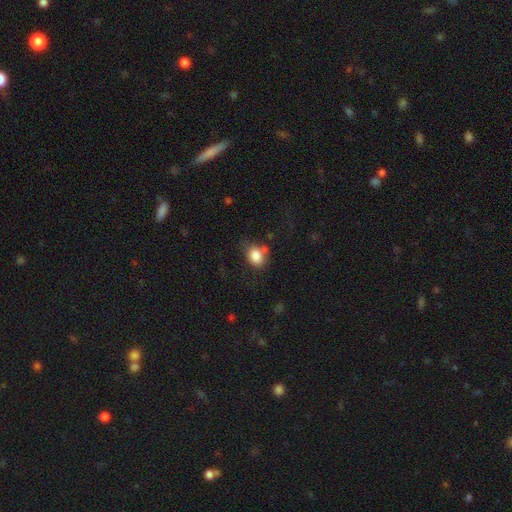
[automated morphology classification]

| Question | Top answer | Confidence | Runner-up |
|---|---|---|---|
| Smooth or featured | smooth | 84% | star or artifact (9%) |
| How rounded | in between | 52% | round (47%) |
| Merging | none | 58% | minor disturbance (24%) |